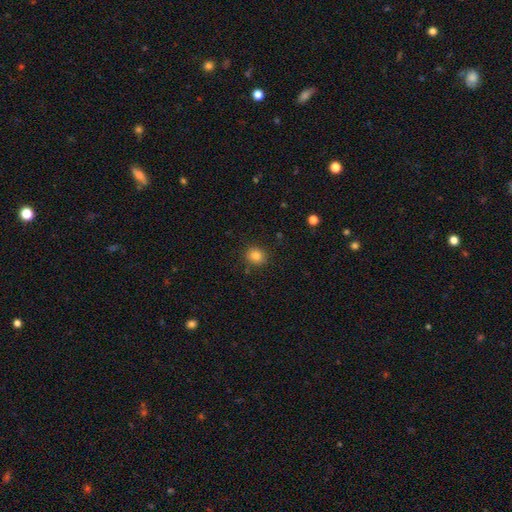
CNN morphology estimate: Smooth or featured?
  - smooth: 83% *
  - star or artifact: 12%
  - featured or disk: 6%
How rounded?
  - round: 77% *
  - in between: 23%
  - cigar-shaped: 1%
Merging?
  - none: 86% *
  - minor disturbance: 9%
  - major disturbance: 3%
  - merger: 2%